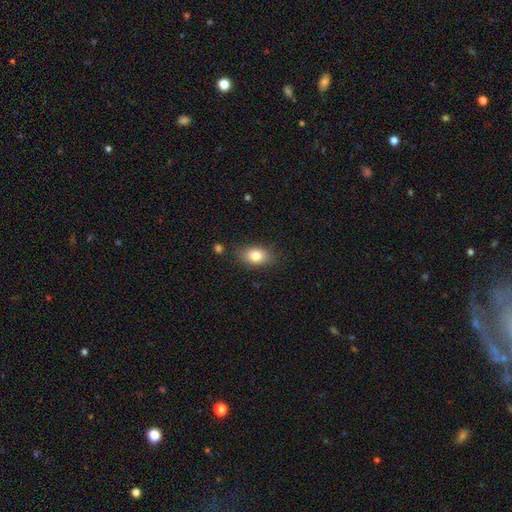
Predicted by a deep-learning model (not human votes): Q: Smooth or featured?
A: smooth (81%); runner-up: featured or disk (11%)
Q: How rounded?
A: in between (83%); runner-up: round (15%)
Q: Merging?
A: none (82%); runner-up: minor disturbance (13%)